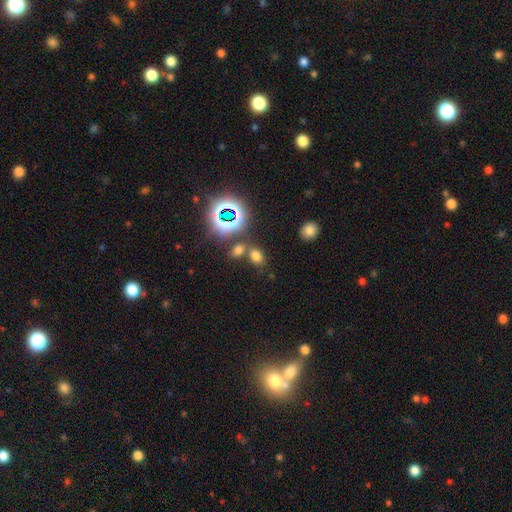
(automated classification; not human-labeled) smooth_or_featured: smooth (p=0.65) [alt: star or artifact p=0.27]
how_rounded: in between (p=0.73) [alt: round p=0.25]
merging: none (p=0.64) [alt: merger p=0.22]